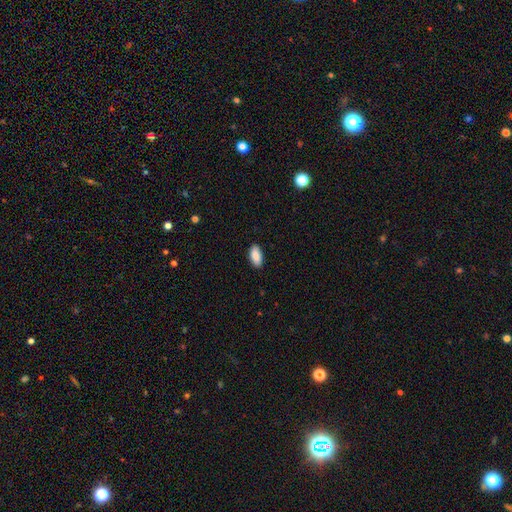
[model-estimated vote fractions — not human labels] Smooth or featured?
  - smooth: 88% *
  - star or artifact: 6%
  - featured or disk: 6%
How rounded?
  - in between: 93% *
  - cigar-shaped: 5%
  - round: 2%
Merging?
  - none: 89% *
  - minor disturbance: 8%
  - major disturbance: 2%
  - merger: 1%